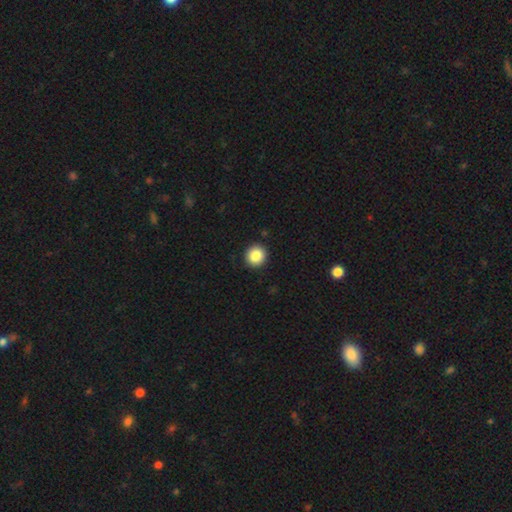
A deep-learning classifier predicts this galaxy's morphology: This is clearly a smooth galaxy (87%). How rounded: clearly round (92%). Merging: clearly none (93%).